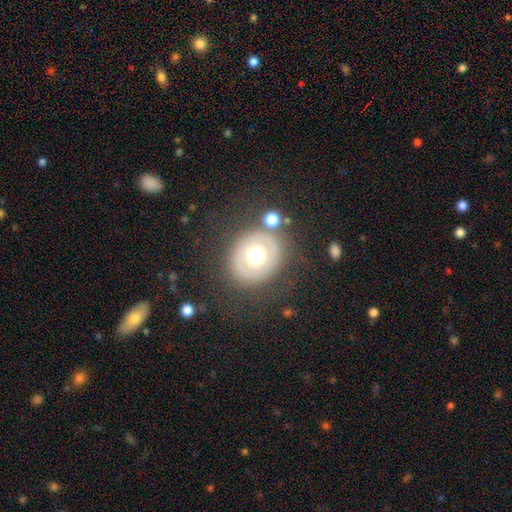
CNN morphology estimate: The model was most divided on "smooth or featured" (2-way tie): smooth: 45%, featured or disk: 45%, star or artifact: 10%. More confident: merging — none (74%).